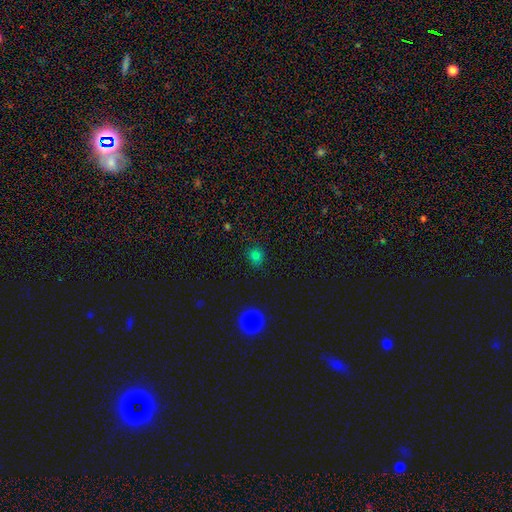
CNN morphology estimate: Q: Smooth or featured?
A: smooth (77%); runner-up: star or artifact (17%)
Q: How rounded?
A: round (86%); runner-up: in between (13%)
Q: Merging?
A: none (87%); runner-up: minor disturbance (9%)